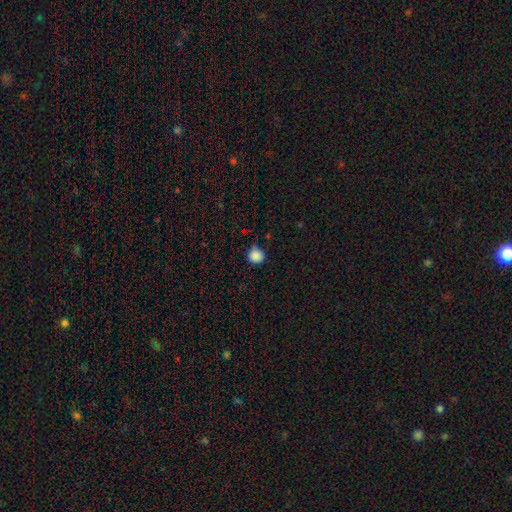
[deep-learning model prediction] Smooth or featured?
  - smooth: 86% *
  - star or artifact: 11%
  - featured or disk: 3%
How rounded?
  - round: 86% *
  - in between: 13%
  - cigar-shaped: 1%
Merging?
  - none: 67% *
  - minor disturbance: 26%
  - major disturbance: 5%
  - merger: 3%